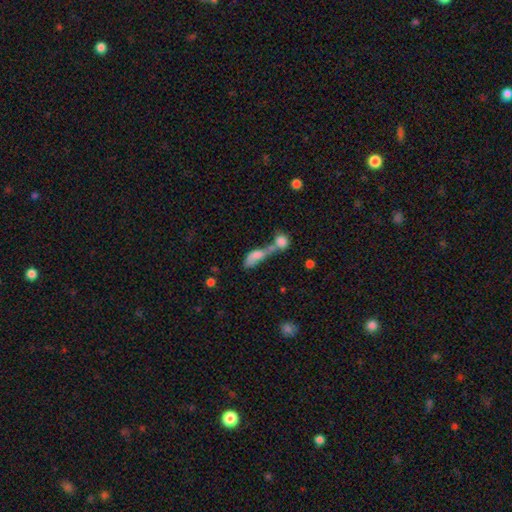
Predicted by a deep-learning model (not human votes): A smooth galaxy with no disk features (68%) that is in between round and cigar-shaped (66%). Merging: merger (65%).